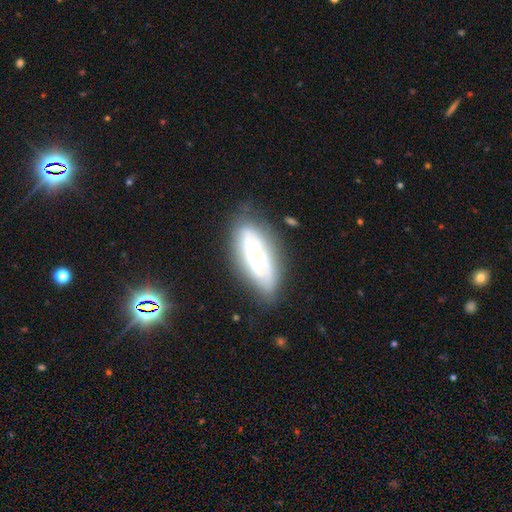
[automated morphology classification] A featured or disk galaxy (60%).

Vote fractions:
- Smooth or featured? featured or disk: 60% / smooth: 32% / star or artifact: 8%
- Edge-on disk? no: 82% / yes: 18%
- Merging? none: 72% / minor disturbance: 20% / major disturbance: 6% / merger: 2%